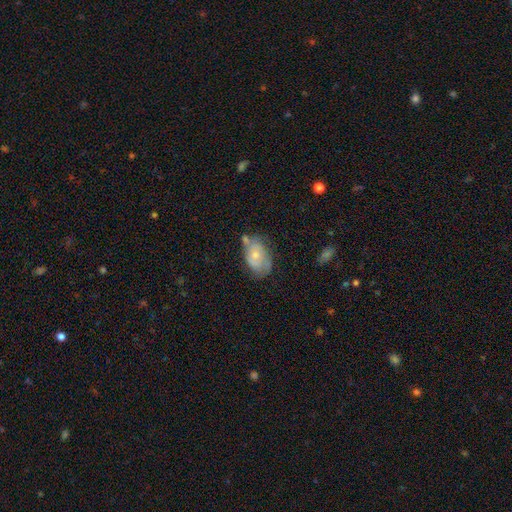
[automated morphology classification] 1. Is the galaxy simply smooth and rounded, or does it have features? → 49% featured or disk, 44% smooth, 7% star or artifact.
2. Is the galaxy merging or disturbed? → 48% none, 29% minor disturbance, 12% merger, 11% major disturbance.